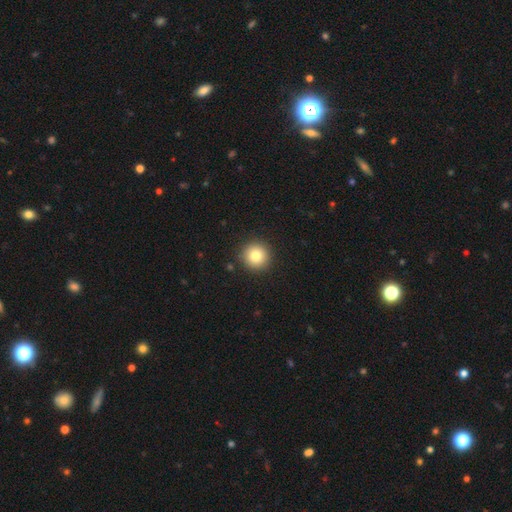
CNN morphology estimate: type=smooth (81%); roundness=round (95%); merging=none (91%).